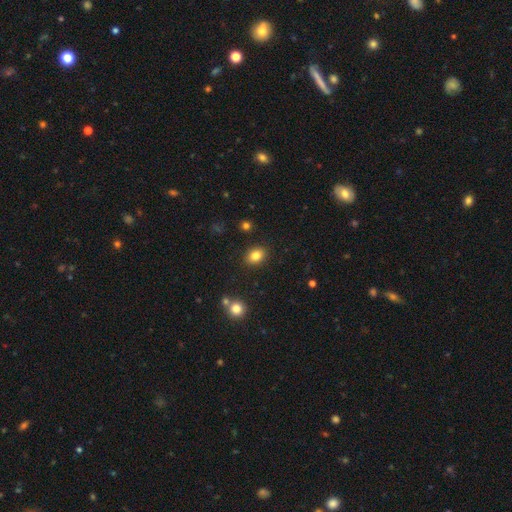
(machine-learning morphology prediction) type=smooth (83%); roundness=in between (66%); merging=none (88%).